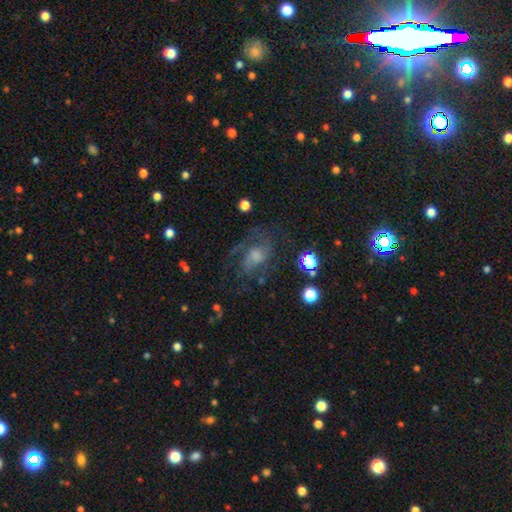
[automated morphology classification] Smooth or featured? featured or disk (65%)
Edge-on disk? no (96%)
Bar? no (66%)
Spiral arms? yes (85%)
Spiral winding? medium (48%)
Spiral arm count? can't tell (32%, tied with 2)
Bulge size? moderate (39%)
Merging? none (58%)